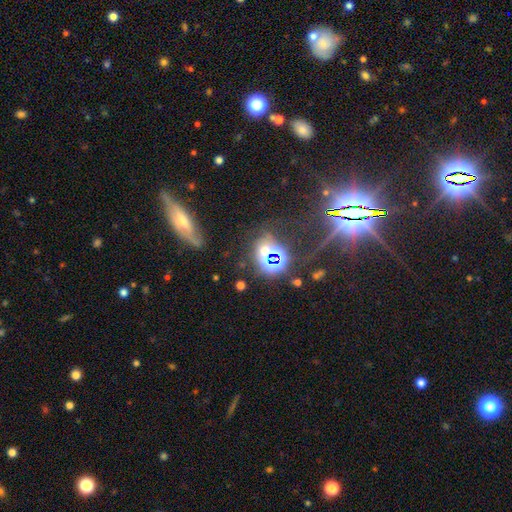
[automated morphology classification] Overall: star or artifact (65%).